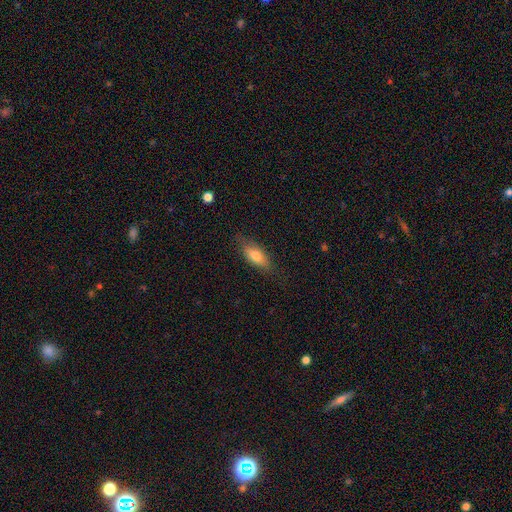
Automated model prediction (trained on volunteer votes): A smooth galaxy with no disk features (73%) that is in between round and cigar-shaped (75%). Merging: none (77%).